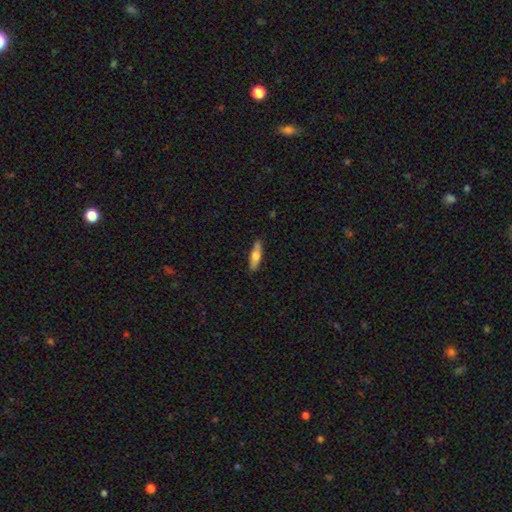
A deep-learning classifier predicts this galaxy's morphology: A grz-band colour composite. It shows a smooth galaxy with no disk features (63%) that is cigar-shaped (62%). Merging: none (87%).